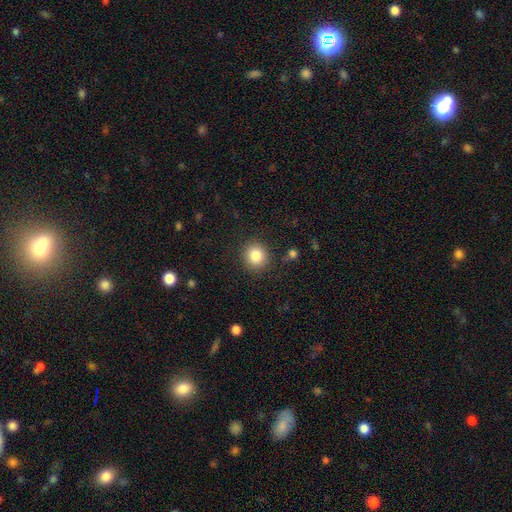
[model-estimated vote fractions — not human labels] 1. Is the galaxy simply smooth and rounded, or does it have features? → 83% smooth, 10% star or artifact, 6% featured or disk.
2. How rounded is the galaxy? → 89% round, 11% in between, 1% cigar-shaped.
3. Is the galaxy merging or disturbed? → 88% none, 7% minor disturbance, 3% major disturbance, 2% merger.